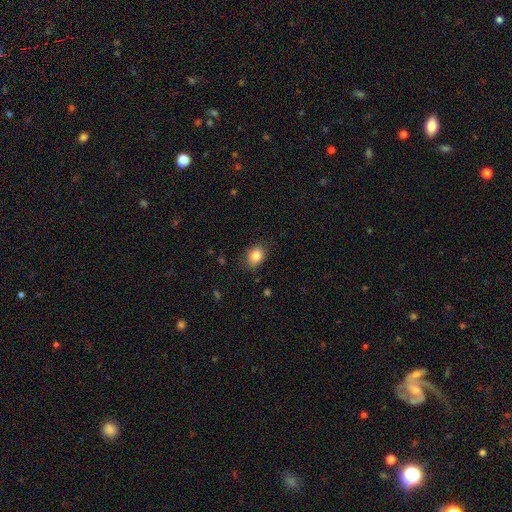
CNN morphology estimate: Smooth or featured? Predicted: smooth (p=0.84). How rounded? Predicted: in between (p=0.63). Merging? Predicted: none (p=0.84).